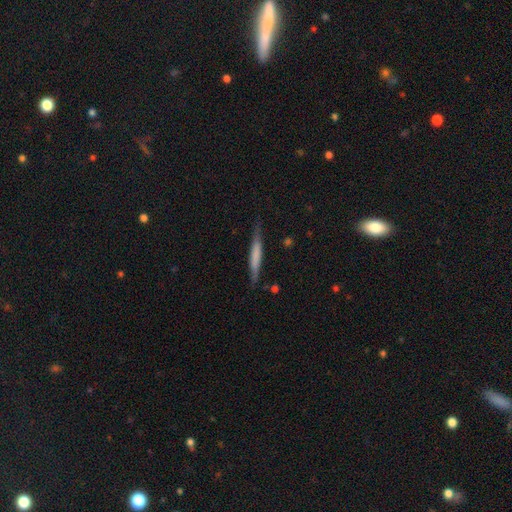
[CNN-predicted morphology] A smooth galaxy with no disk features (54%) that is cigar-shaped (95%).

Vote fractions:
- Smooth or featured? smooth: 54% / featured or disk: 40% / star or artifact: 5%
- How rounded? cigar-shaped: 95% / in between: 4% / round: 1%
- Merging? none: 80% / minor disturbance: 15% / major disturbance: 3% / merger: 2%